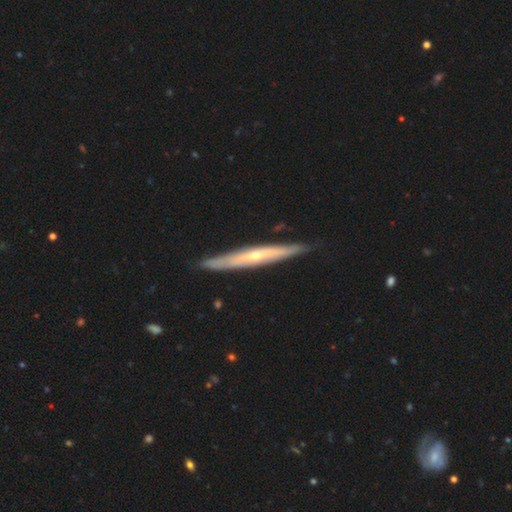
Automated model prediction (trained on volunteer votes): Q: Smooth or featured?
A: featured or disk (72%); runner-up: smooth (23%)
Q: Edge-on disk?
A: yes (91%); runner-up: no (9%)
Q: Edge-on bulge?
A: rounded (66%); runner-up: none (31%)
Q: Merging?
A: none (87%); runner-up: minor disturbance (11%)